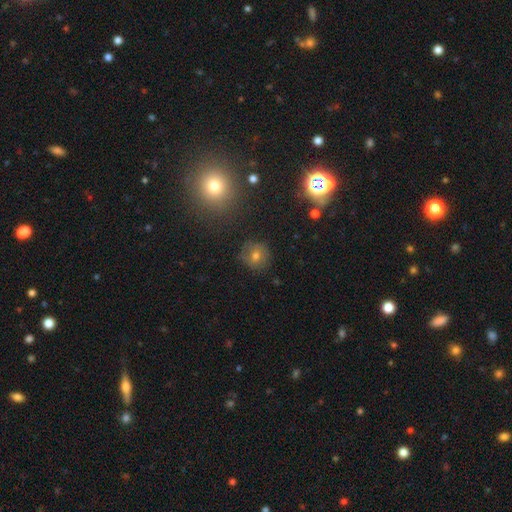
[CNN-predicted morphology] Overall: smooth (63%). How rounded: round (87%). Merging: none (76%).